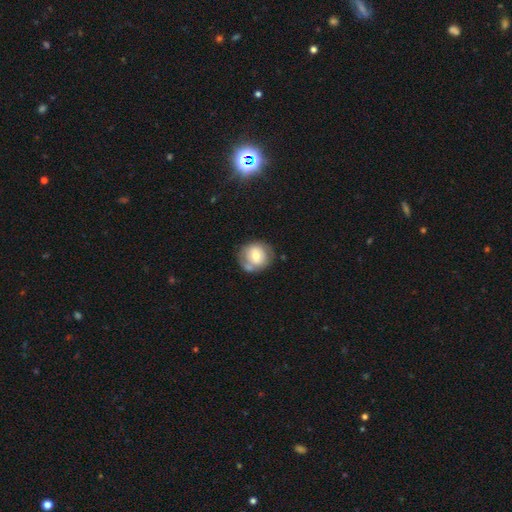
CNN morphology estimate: Smooth or featured?
  - smooth: 58% *
  - featured or disk: 35%
  - star or artifact: 8%
How rounded?
  - round: 83% *
  - in between: 16%
  - cigar-shaped: 1%
Merging?
  - none: 63% *
  - minor disturbance: 19%
  - merger: 10%
  - major disturbance: 7%